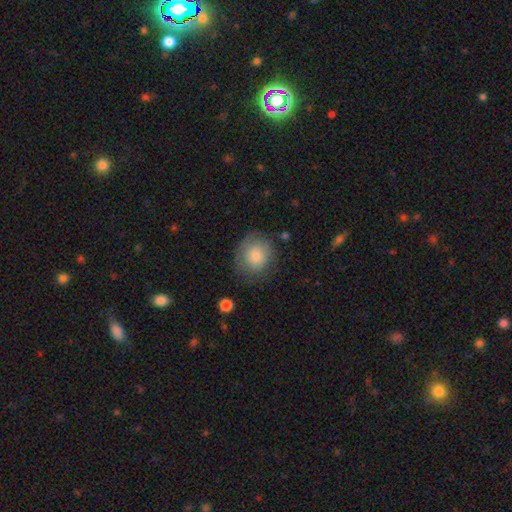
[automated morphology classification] This is likely a smooth galaxy (75%). How rounded: likely round (70%). Merging: likely none (70%).